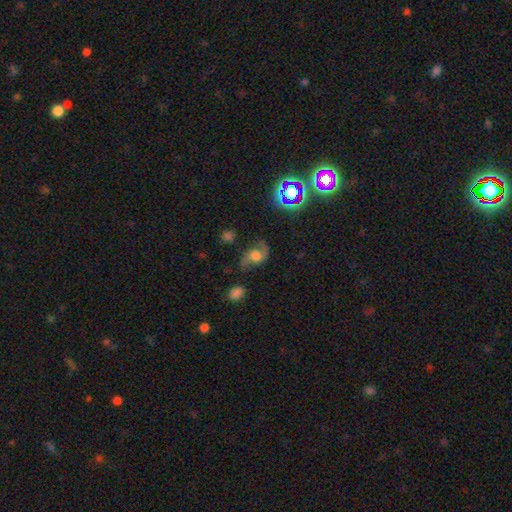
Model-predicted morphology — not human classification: Smooth or featured?
  - featured or disk: 64% *
  - smooth: 22%
  - star or artifact: 13%
Edge-on disk?
  - no: 96% *
  - yes: 4%
Bar?
  - no: 63% *
  - weak: 30%
  - strong: 7%
Spiral arms?
  - yes: 90% *
  - no: 10%
Spiral winding?
  - loose: 66% *
  - medium: 28%
  - tight: 6%
Spiral arm count?
  - 2: 89% *
  - 1: 4%
  - can't tell: 3%
  - 3: 1%
  - 4: 1%
  - more than 4: 1%
Bulge size?
  - moderate: 42% *
  - large: 37%
  - small: 9%
  - none: 6%
  - dominant: 5%
Merging?
  - none: 61% *
  - minor disturbance: 21%
  - major disturbance: 14%
  - merger: 4%